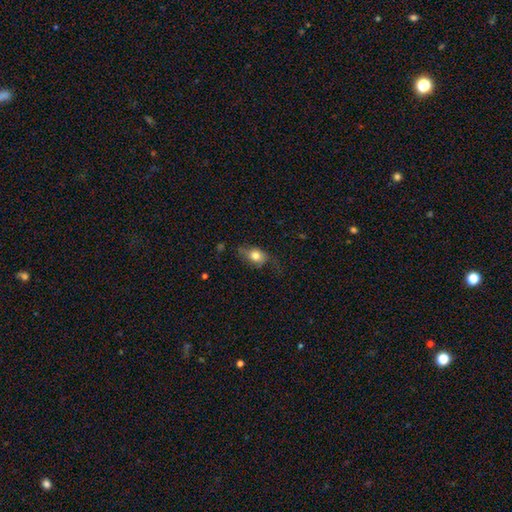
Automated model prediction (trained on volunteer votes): A smooth galaxy with no disk features (69%) that is in between round and cigar-shaped (72%). Merging: none (51%).